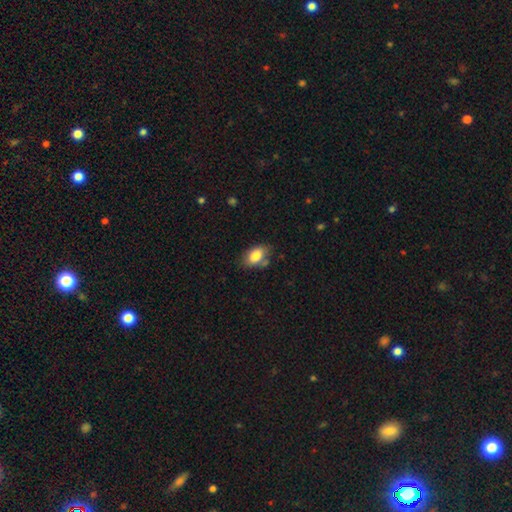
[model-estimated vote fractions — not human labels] Overall: smooth (82%). How rounded: in between (89%). Merging: none (70%).